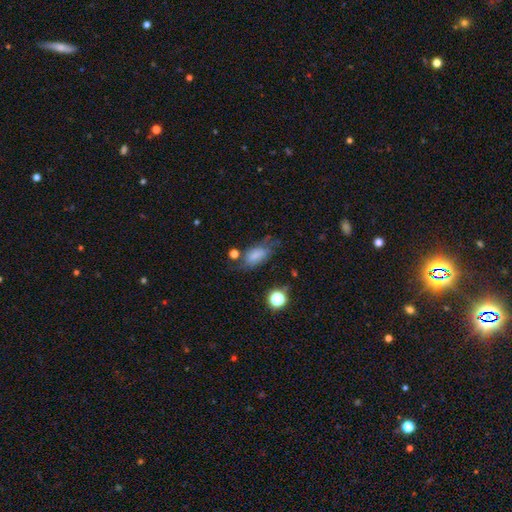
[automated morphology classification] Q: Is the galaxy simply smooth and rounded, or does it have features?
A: smooth — 67%.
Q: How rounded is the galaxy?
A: in between — 87%.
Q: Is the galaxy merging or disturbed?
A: none — 45%.